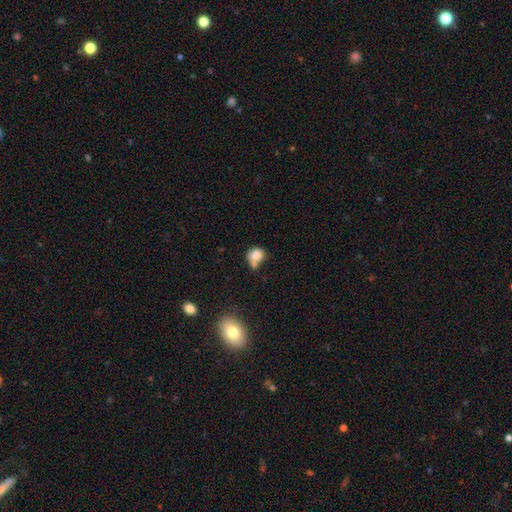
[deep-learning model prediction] smooth_or_featured: smooth (p=0.81) [alt: star or artifact p=0.10]
how_rounded: round (p=0.69) [alt: in between p=0.30]
merging: merger (p=0.38) [tied with: none p=0.38]